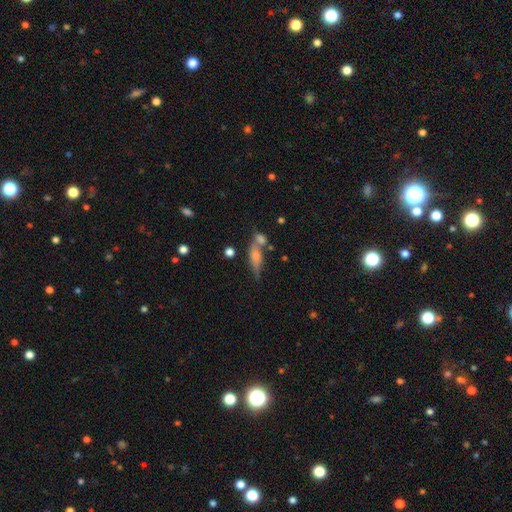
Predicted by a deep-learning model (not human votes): The model was most divided on "how rounded": cigar-shaped: 49%, in between: 47%, round: 5%. Remaining: smooth or featured — smooth (63%); merging — none (42%).